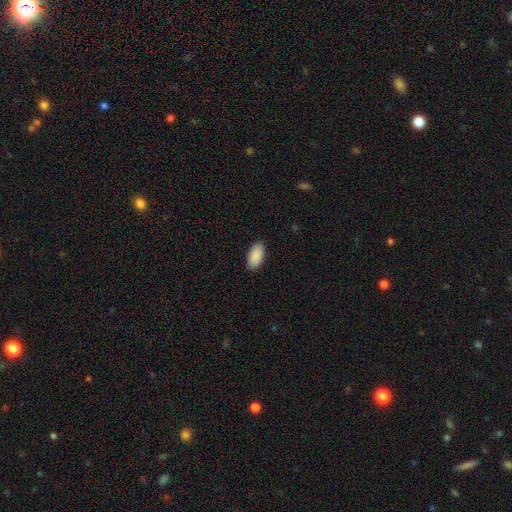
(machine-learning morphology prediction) smooth-or-featured: smooth: 91% | star or artifact: 6% | featured or disk: 3%
  how-rounded: in between: 95% | cigar-shaped: 3% | round: 2%
  merging: none: 89% | minor disturbance: 8% | major disturbance: 2% | merger: 1%